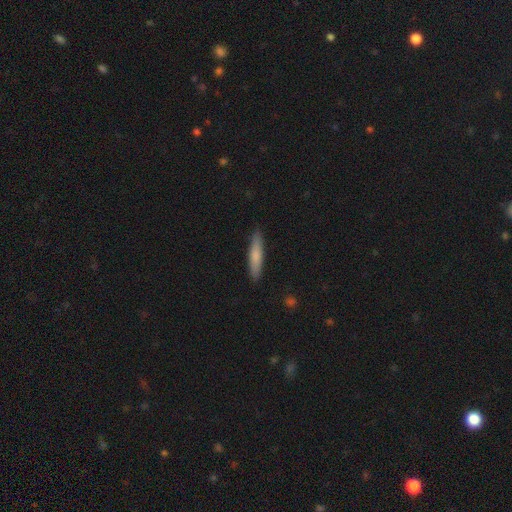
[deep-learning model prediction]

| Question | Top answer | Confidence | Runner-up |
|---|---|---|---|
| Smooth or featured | smooth | 74% | featured or disk (21%) |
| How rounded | cigar-shaped | 86% | in between (12%) |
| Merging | none | 90% | minor disturbance (8%) |